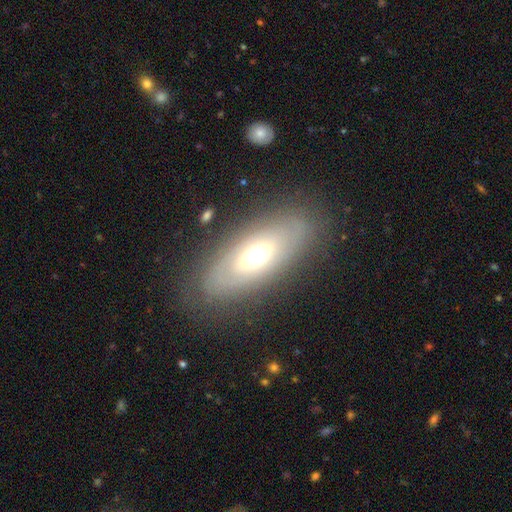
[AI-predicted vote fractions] Smooth or featured: smooth — 46% (featured or disk — 45%)
Merging: none — 79% (minor disturbance — 13%)